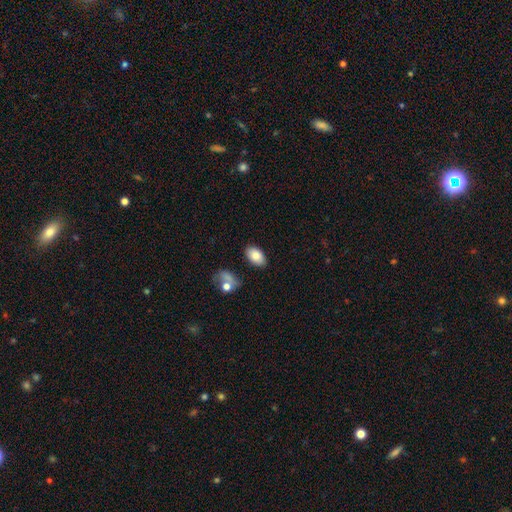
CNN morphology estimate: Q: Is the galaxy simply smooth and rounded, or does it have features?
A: smooth — 82%.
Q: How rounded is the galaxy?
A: in between — 91%.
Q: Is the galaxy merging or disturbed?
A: none — 81%.